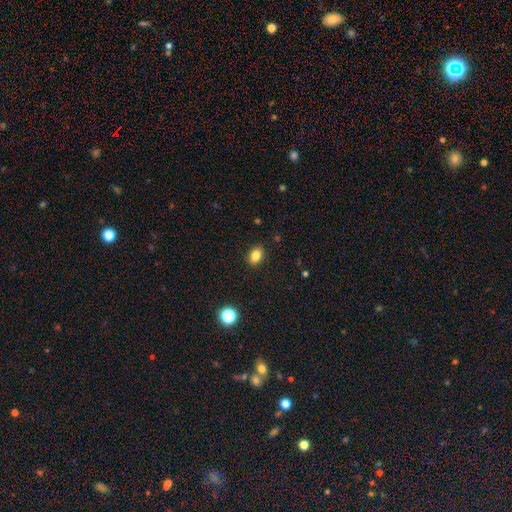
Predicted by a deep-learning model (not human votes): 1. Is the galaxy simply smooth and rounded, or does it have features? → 83% smooth, 11% star or artifact, 6% featured or disk.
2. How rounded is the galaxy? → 66% in between, 33% round, 1% cigar-shaped.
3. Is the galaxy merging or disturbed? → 89% none, 8% minor disturbance, 2% major disturbance, 1% merger.